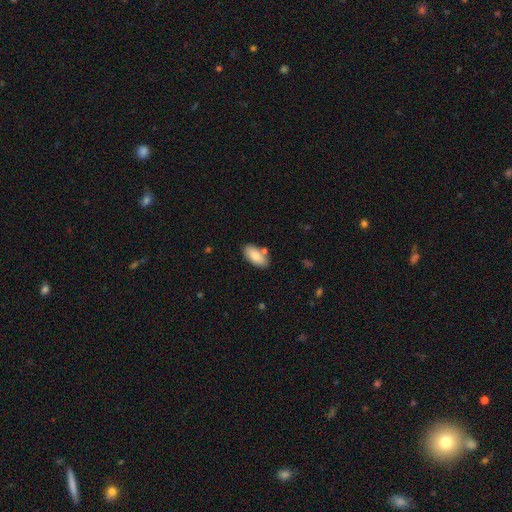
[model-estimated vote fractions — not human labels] Smooth or featured: smooth — 82% (featured or disk — 12%)
How rounded: in between — 92% (cigar-shaped — 6%)
Merging: none — 76% (minor disturbance — 13%)